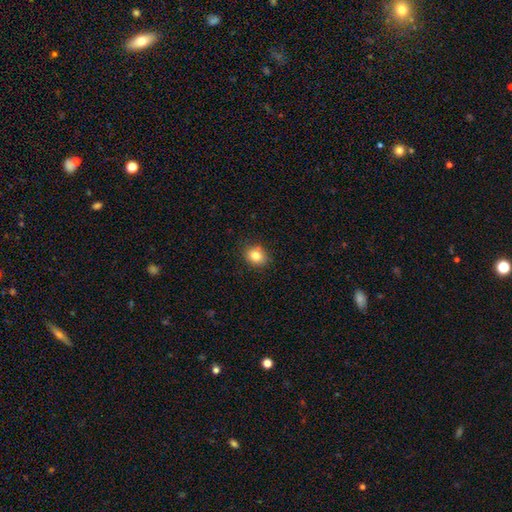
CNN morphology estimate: Smooth or featured: smooth — 83% (star or artifact — 11%)
How rounded: round — 66% (in between — 34%)
Merging: none — 85% (minor disturbance — 11%)